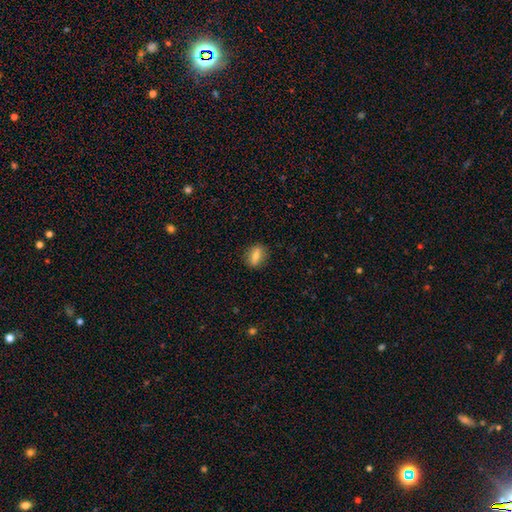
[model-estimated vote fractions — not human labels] Q: Smooth or featured?
A: smooth (69%); runner-up: featured or disk (22%)
Q: How rounded?
A: in between (61%); runner-up: round (31%)
Q: Merging?
A: none (87%); runner-up: minor disturbance (10%)